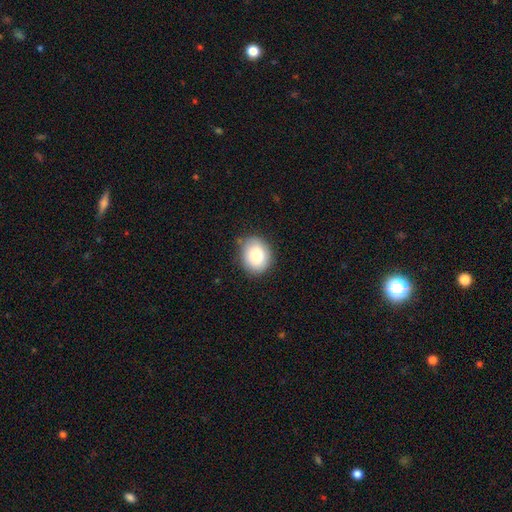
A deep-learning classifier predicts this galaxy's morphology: This is clearly a smooth galaxy (82%). How rounded: likely round (61%). Merging: clearly none (83%).